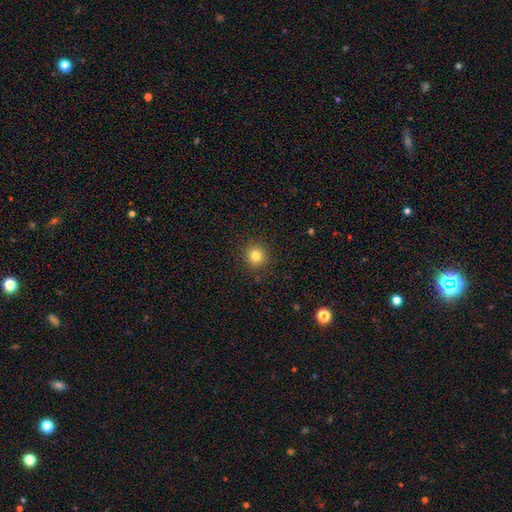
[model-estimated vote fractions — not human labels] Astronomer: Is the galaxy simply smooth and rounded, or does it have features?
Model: smooth — 81%.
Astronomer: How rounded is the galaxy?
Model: round — 92%.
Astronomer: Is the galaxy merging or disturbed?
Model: none — 91%.